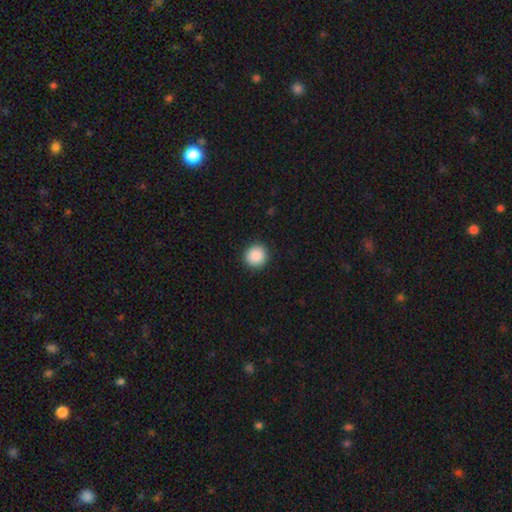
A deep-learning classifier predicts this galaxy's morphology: A smooth galaxy with no disk features (89%) that is round (93%). Merging: none (92%).